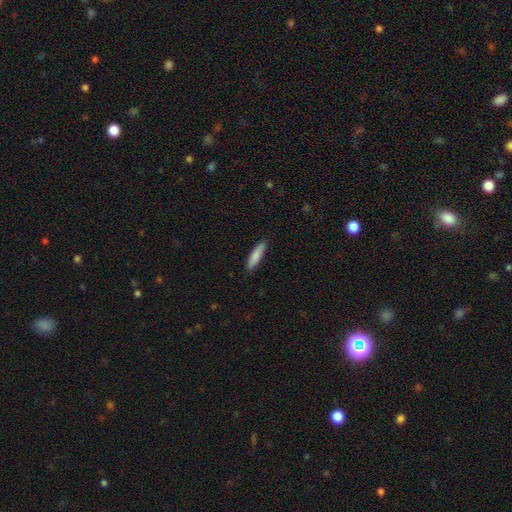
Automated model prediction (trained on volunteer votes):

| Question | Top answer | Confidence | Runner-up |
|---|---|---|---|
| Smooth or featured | smooth | 85% | featured or disk (9%) |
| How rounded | cigar-shaped | 72% | in between (27%) |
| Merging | none | 88% | minor disturbance (9%) |